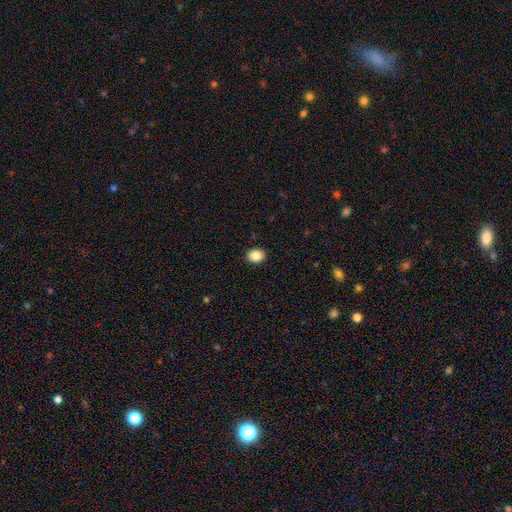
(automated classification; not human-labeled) Smooth or featured? smooth (87%)
How rounded? in between (57%)
Merging? none (91%)